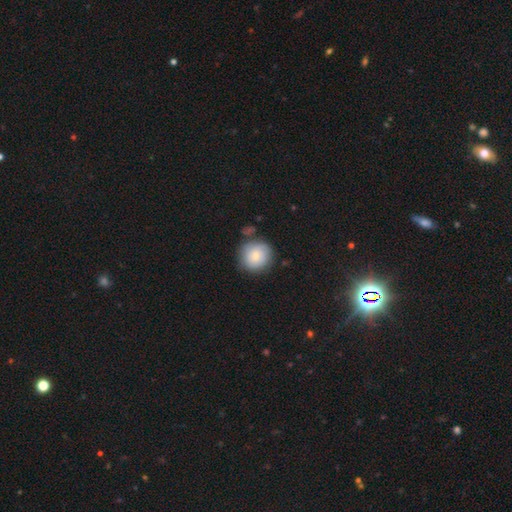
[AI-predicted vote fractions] smooth-or-featured: smooth: 76% | featured or disk: 17% | star or artifact: 7%
  how-rounded: round: 90% | in between: 9% | cigar-shaped: 1%
  merging: none: 73% | minor disturbance: 16% | merger: 6% | major disturbance: 5%